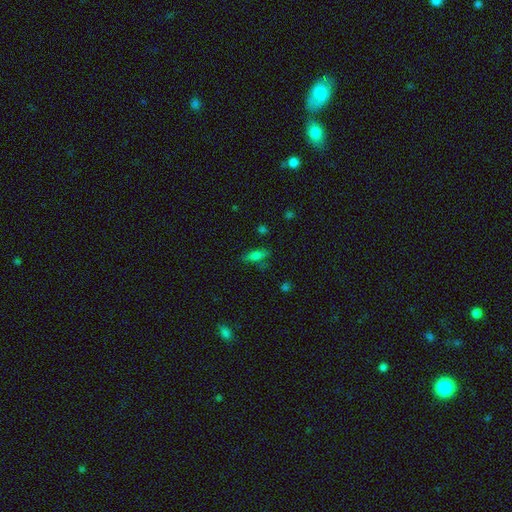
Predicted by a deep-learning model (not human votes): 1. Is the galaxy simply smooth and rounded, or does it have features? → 69% smooth, 18% featured or disk, 14% star or artifact.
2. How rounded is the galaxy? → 60% in between, 35% cigar-shaped, 4% round.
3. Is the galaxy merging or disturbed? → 72% none, 18% minor disturbance, 6% major disturbance, 5% merger.